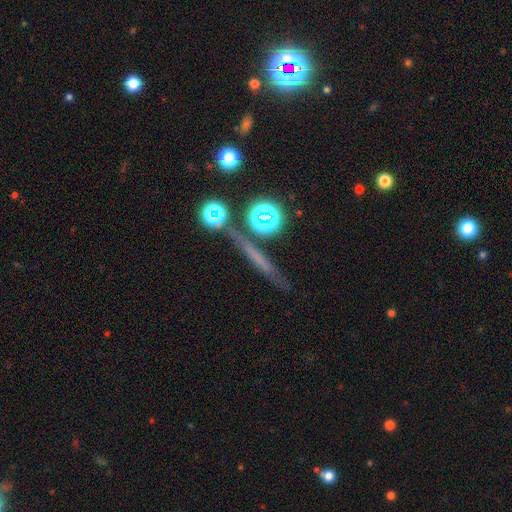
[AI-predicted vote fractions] This appears to be a featured or disk galaxy (35%, tied with smooth). Merging: none (76%).